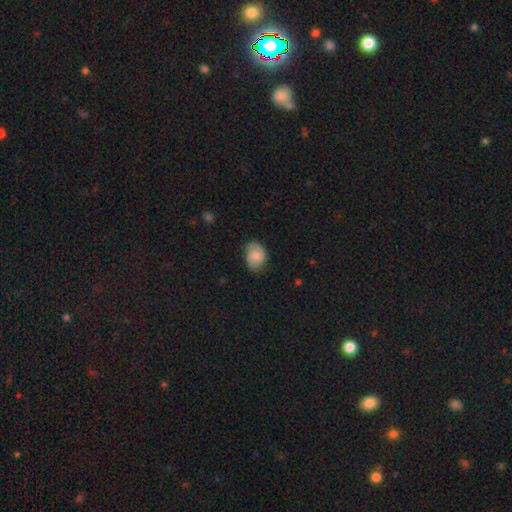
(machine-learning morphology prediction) Smooth or featured? Predicted: smooth (p=0.71). How rounded? Predicted: in between (p=0.61). Merging? Predicted: none (p=0.68).